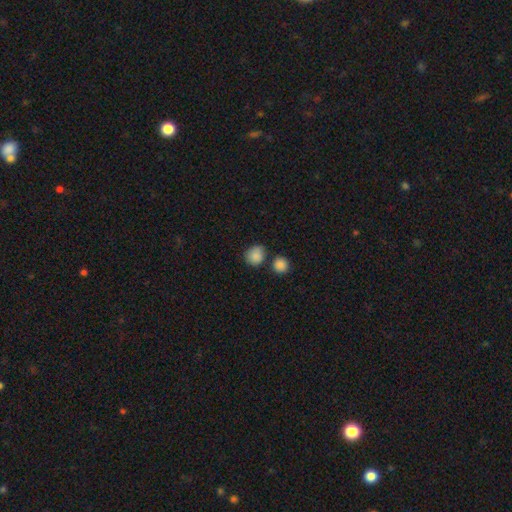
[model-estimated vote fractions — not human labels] Smooth or featured: smooth — 85% (star or artifact — 9%)
How rounded: round — 78% (in between — 21%)
Merging: none — 66% (minor disturbance — 16%)